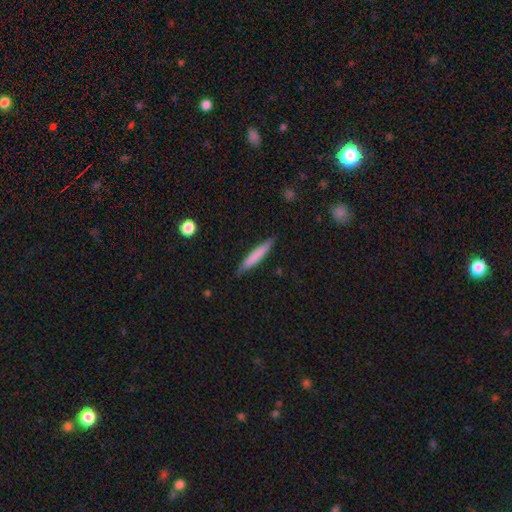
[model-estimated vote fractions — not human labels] smooth 75%, featured or disk 19%, star or artifact 6%. Down the decision tree: how rounded — cigar-shaped (92%); merging — none (87%).